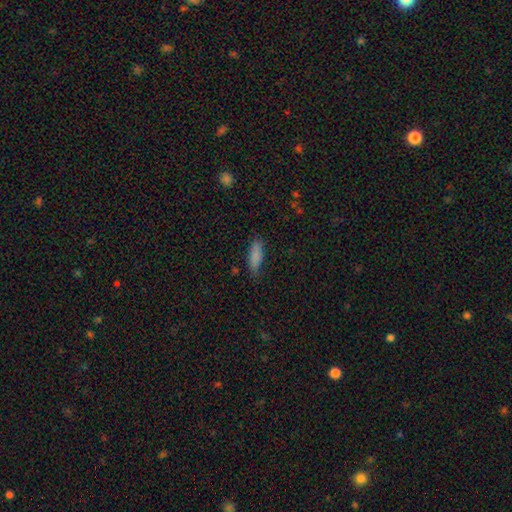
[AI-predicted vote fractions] This is clearly a smooth galaxy (84%). How rounded: possibly in between (55%). Merging: likely none (76%).